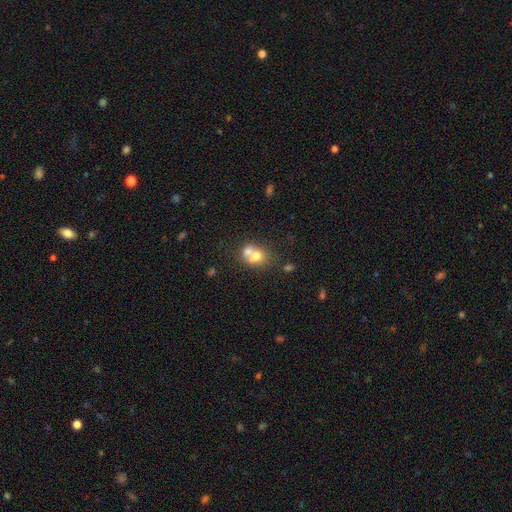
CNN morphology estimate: smooth 66%, featured or disk 23%, star or artifact 11%. Down the decision tree: how rounded — round (62%); merging — merger (61%).